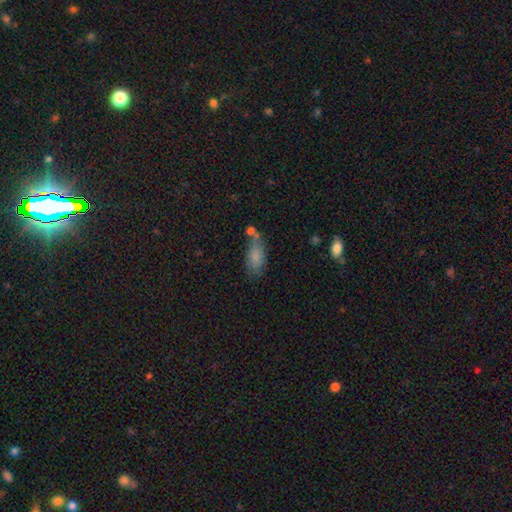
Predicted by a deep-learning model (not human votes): Smooth or featured? smooth (79%)
How rounded? in between (84%)
Merging? none (51%)